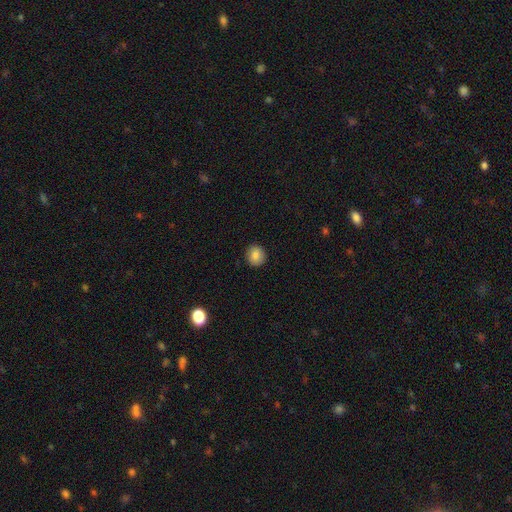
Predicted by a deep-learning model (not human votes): This is clearly a smooth galaxy (84%). How rounded: clearly round (85%). Merging: clearly none (91%).